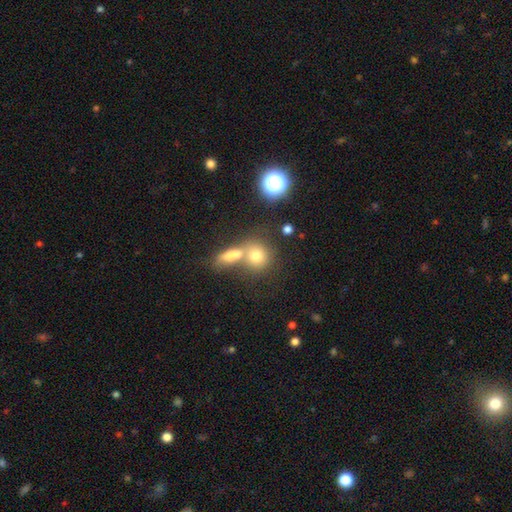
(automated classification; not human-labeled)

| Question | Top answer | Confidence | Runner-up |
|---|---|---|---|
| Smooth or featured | smooth | 73% | star or artifact (14%) |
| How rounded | round | 77% | in between (20%) |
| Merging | none | 47% | merger (39%) |